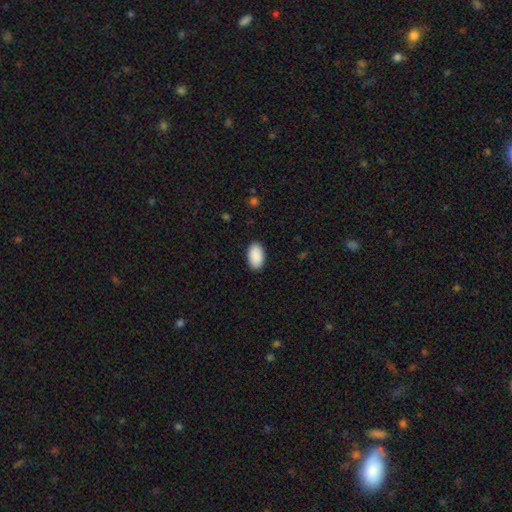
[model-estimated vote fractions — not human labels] Overall: smooth (91%). How rounded: in between (95%). Merging: none (89%).